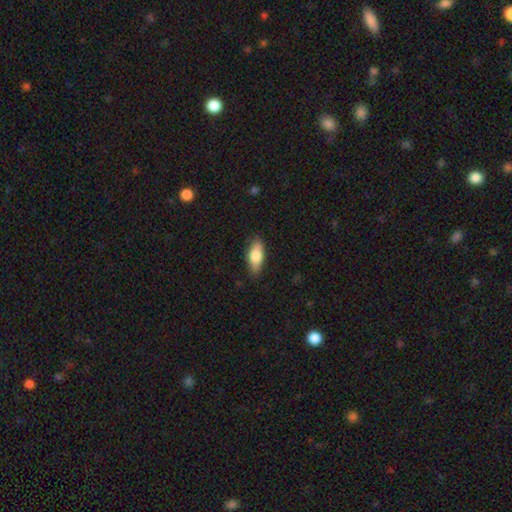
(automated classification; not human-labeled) A smooth galaxy with no disk features (75%) that is in between round and cigar-shaped (79%).

Vote fractions:
- Smooth or featured? smooth: 75% / featured or disk: 19% / star or artifact: 6%
- How rounded? in between: 79% / cigar-shaped: 18% / round: 3%
- Merging? none: 82% / minor disturbance: 14% / major disturbance: 3% / merger: 1%